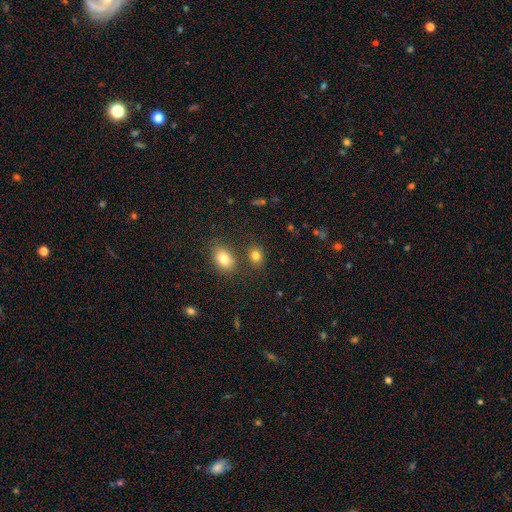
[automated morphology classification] Q: Smooth or featured?
A: smooth (81%); runner-up: star or artifact (12%)
Q: How rounded?
A: in between (54%); runner-up: round (45%)
Q: Merging?
A: none (74%); runner-up: merger (13%)